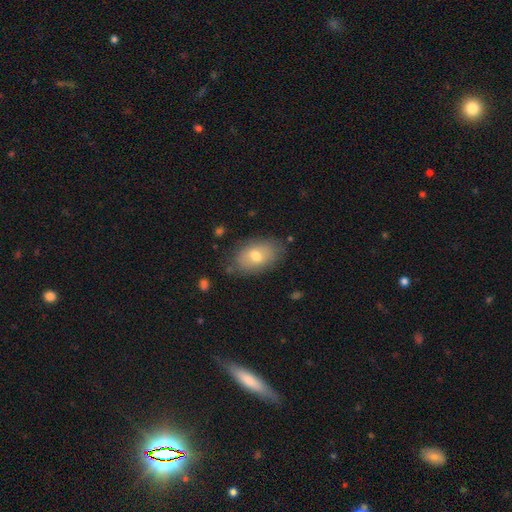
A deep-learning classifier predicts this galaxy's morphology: type=smooth (71%); roundness=in between (88%); merging=none (77%).